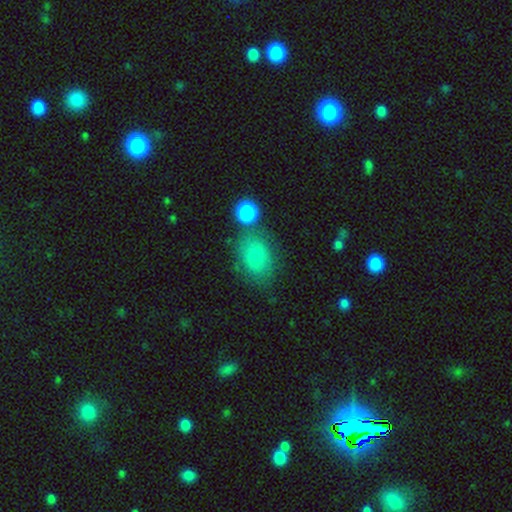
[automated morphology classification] This appears to be a smooth galaxy with no disk features (76%) that is in between round and cigar-shaped (69%). Merging: none (66%).